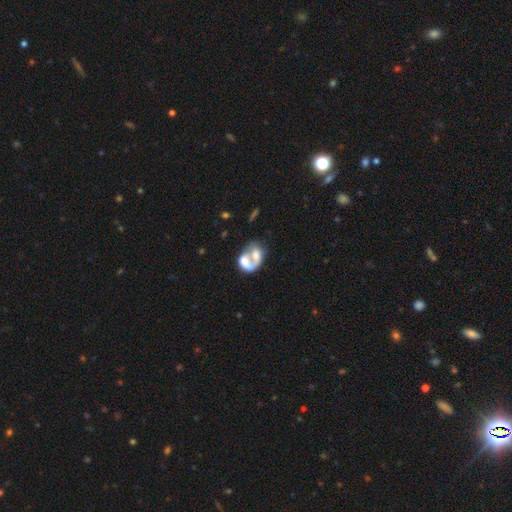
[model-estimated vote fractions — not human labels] Morphology: type=featured or disk (48%); merging=merger (65%).